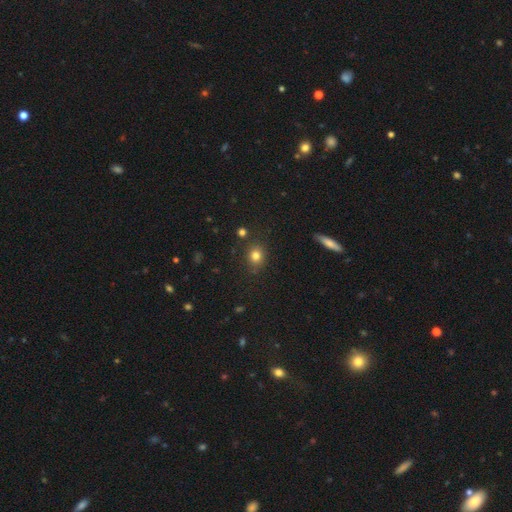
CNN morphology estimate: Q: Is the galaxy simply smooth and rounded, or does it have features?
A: smooth — 80%.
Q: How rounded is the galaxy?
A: round — 70%.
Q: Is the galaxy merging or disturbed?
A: none — 83%.